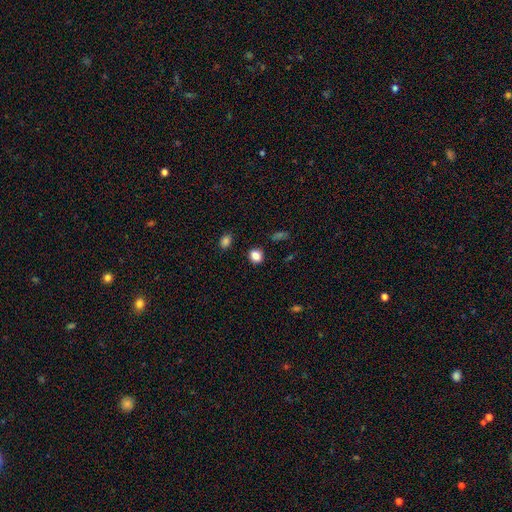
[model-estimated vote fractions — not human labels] Smooth or featured?
  - smooth: 85% *
  - star or artifact: 11%
  - featured or disk: 5%
How rounded?
  - round: 73% *
  - in between: 26%
  - cigar-shaped: 1%
Merging?
  - none: 87% *
  - minor disturbance: 8%
  - major disturbance: 2%
  - merger: 2%